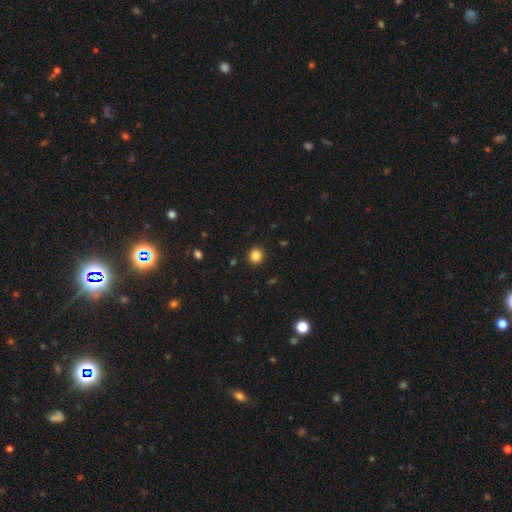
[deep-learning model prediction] A smooth galaxy with no disk features (85%) that is round (93%).

Vote fractions:
- Smooth or featured? smooth: 85% / star or artifact: 11% / featured or disk: 4%
- How rounded? round: 93% / in between: 6% / cigar-shaped: 1%
- Merging? none: 92% / minor disturbance: 5% / major disturbance: 2% / merger: 1%